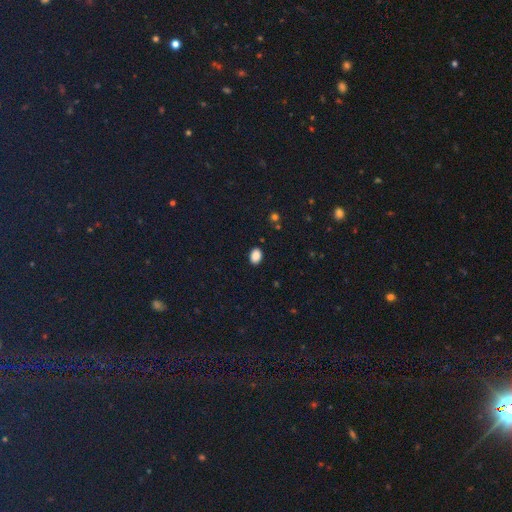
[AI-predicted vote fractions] A smooth galaxy with no disk features (88%) that is in between round and cigar-shaped (81%).

Vote fractions:
- Smooth or featured? smooth: 88% / star or artifact: 9% / featured or disk: 3%
- How rounded? in between: 81% / round: 18% / cigar-shaped: 1%
- Merging? none: 89% / minor disturbance: 8% / major disturbance: 2% / merger: 1%